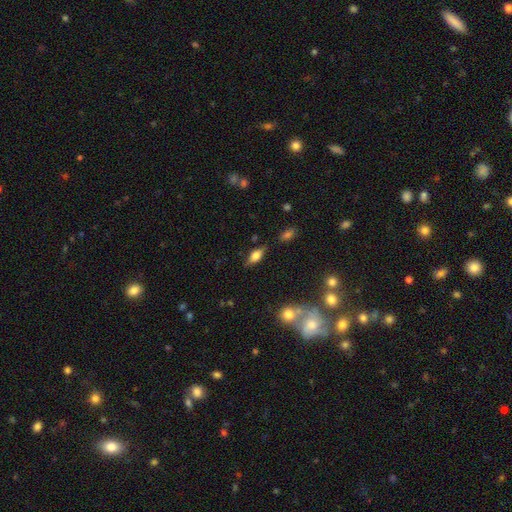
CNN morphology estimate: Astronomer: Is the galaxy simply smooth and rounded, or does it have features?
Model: smooth — 60%.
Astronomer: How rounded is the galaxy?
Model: in between — 78%.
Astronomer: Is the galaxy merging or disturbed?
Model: none — 78%.